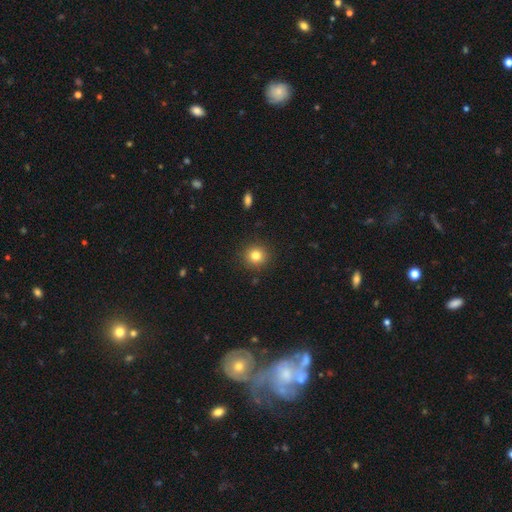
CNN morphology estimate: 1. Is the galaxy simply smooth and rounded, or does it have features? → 81% smooth, 12% star or artifact, 7% featured or disk.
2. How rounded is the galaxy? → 92% round, 7% in between, 1% cigar-shaped.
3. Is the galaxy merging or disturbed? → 91% none, 6% minor disturbance, 2% major disturbance, 1% merger.